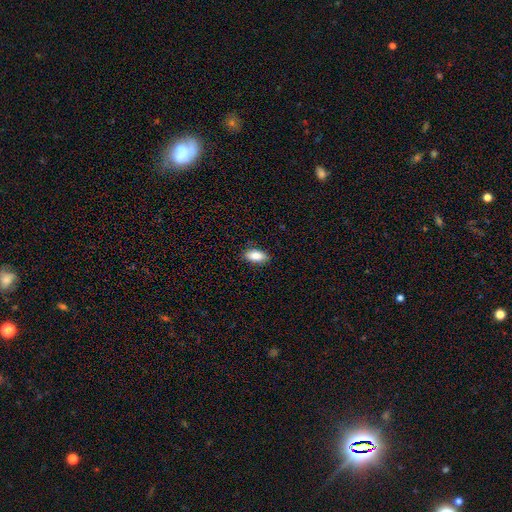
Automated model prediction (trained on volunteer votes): Q: Smooth or featured?
A: smooth (85%); runner-up: featured or disk (7%)
Q: How rounded?
A: in between (88%); runner-up: cigar-shaped (9%)
Q: Merging?
A: none (86%); runner-up: minor disturbance (11%)